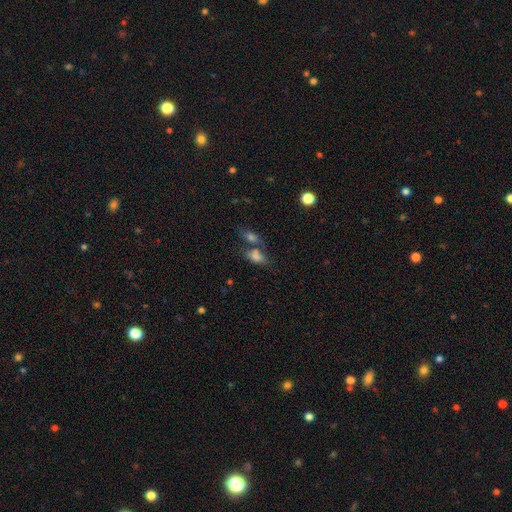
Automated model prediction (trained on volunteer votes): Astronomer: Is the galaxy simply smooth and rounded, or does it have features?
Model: smooth — 75%.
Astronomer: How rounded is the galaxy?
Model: in between — 84%.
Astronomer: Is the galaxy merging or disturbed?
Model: merger — 44% (runner-up: none, 36%).